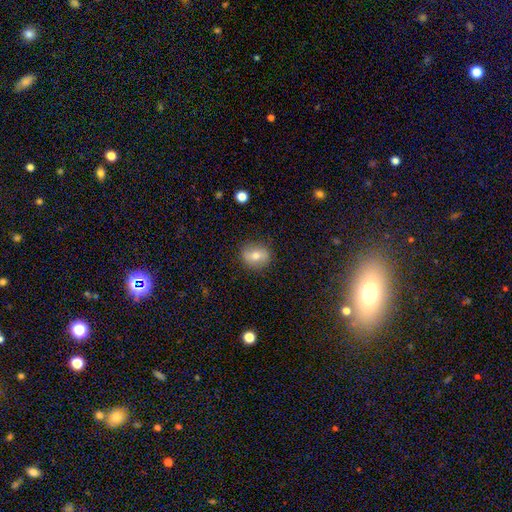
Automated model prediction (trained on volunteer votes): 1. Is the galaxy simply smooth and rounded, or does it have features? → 66% smooth, 24% featured or disk, 10% star or artifact.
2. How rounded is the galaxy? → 57% round, 41% in between, 2% cigar-shaped.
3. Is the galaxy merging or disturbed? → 85% none, 11% minor disturbance, 3% major disturbance, 1% merger.